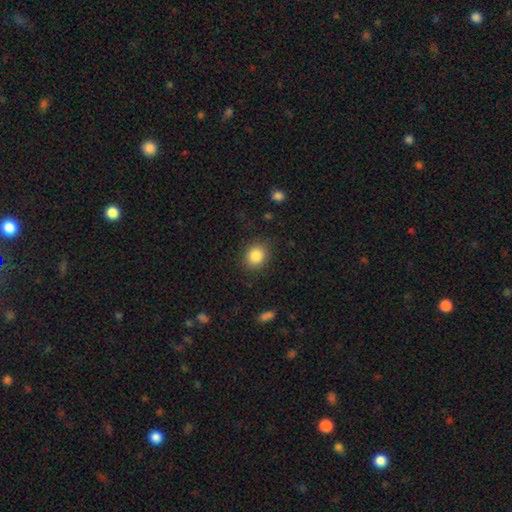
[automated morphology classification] Overall: smooth (85%). How rounded: round (68%; in between 31%). Merging: none (86%).